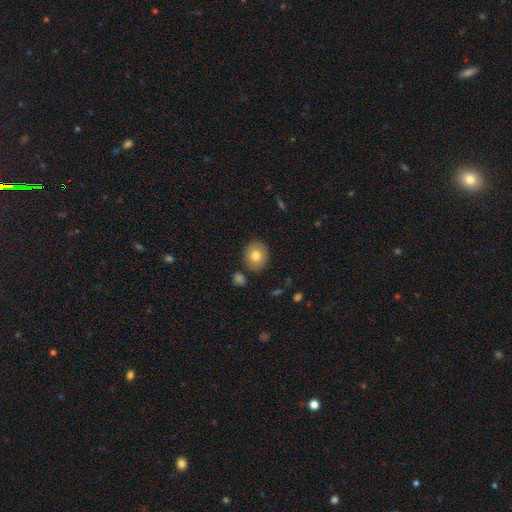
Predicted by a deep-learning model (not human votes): This is likely a smooth galaxy (78%). How rounded: likely round (69%). Merging: clearly none (85%).